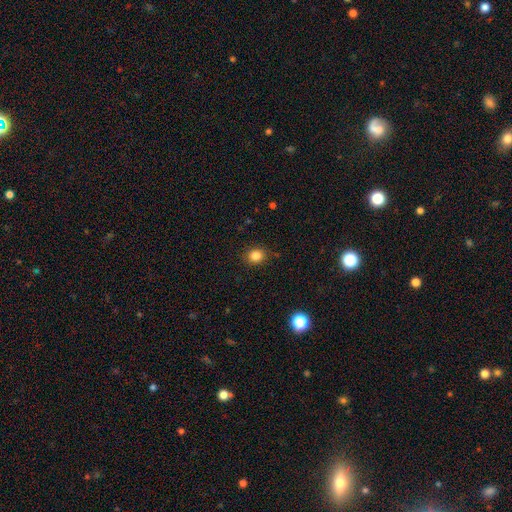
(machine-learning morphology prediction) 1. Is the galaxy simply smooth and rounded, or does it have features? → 84% smooth, 12% star or artifact, 5% featured or disk.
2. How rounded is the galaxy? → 73% round, 26% in between, 1% cigar-shaped.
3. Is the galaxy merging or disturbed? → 88% none, 8% minor disturbance, 2% major disturbance, 1% merger.